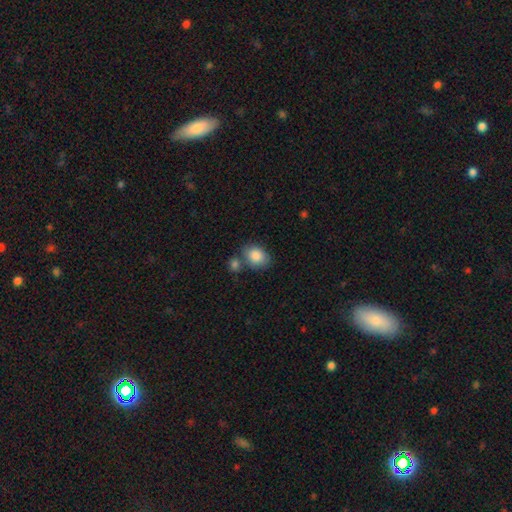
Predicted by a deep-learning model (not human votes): A smooth galaxy with no disk features (87%) that is in between round and cigar-shaped (66%).

Vote fractions:
- Smooth or featured? smooth: 87% / star or artifact: 7% / featured or disk: 6%
- How rounded? in between: 66% / round: 33% / cigar-shaped: 1%
- Merging? none: 58% / merger: 20% / minor disturbance: 16% / major disturbance: 5%